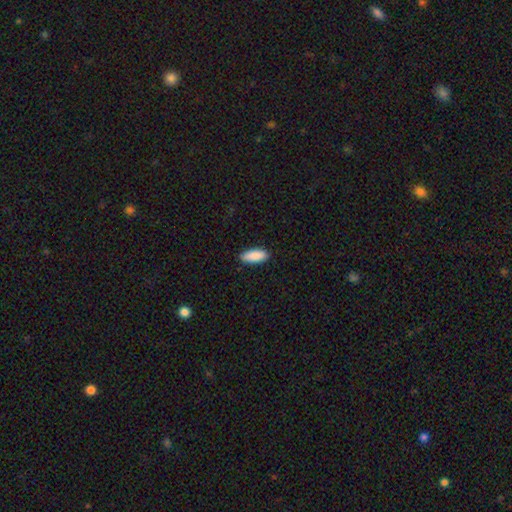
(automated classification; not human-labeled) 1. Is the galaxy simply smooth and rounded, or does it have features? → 90% smooth, 6% star or artifact, 4% featured or disk.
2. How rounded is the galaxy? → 81% in between, 17% cigar-shaped, 2% round.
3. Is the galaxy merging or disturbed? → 89% none, 8% minor disturbance, 2% major disturbance, 1% merger.